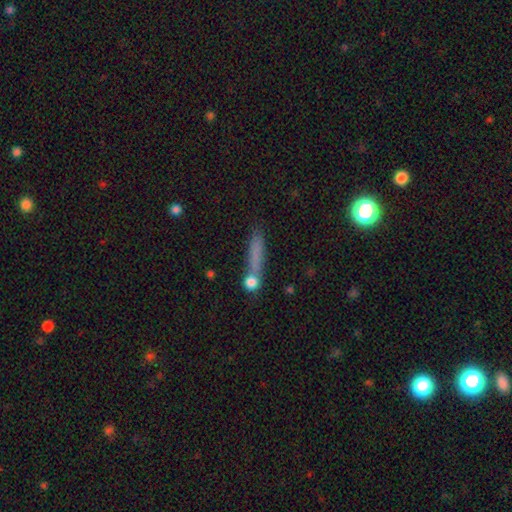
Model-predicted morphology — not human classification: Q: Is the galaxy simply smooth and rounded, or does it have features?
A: smooth — 67%.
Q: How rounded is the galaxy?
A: cigar-shaped — 84%.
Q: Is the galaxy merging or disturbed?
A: none — 68%.